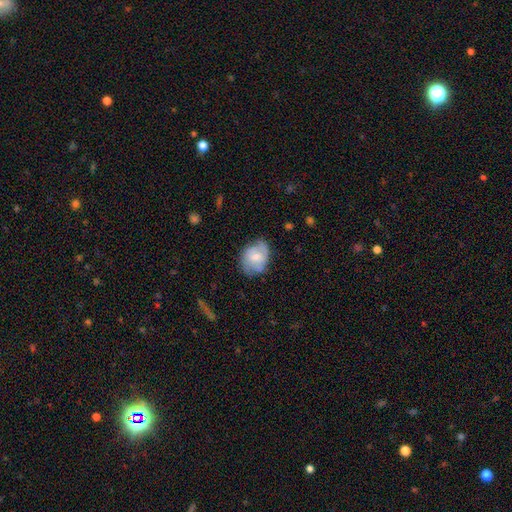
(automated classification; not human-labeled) Smooth or featured? smooth (52%)
How rounded? in between (57%)
Merging? none (58%)